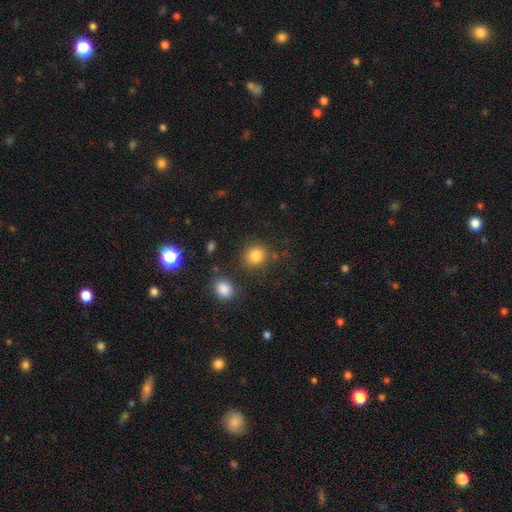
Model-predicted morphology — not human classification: Overall: smooth (82%). How rounded: round (86%). Merging: none (79%).